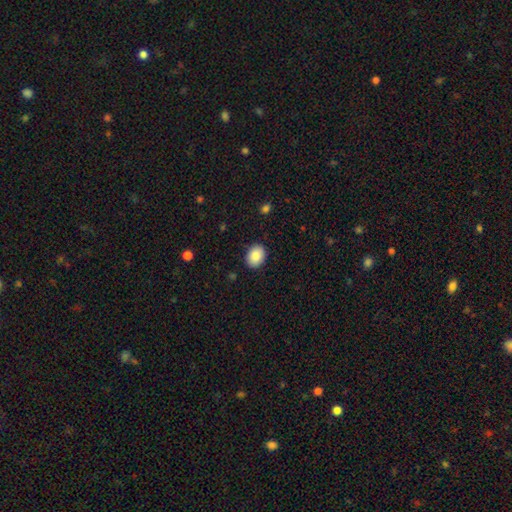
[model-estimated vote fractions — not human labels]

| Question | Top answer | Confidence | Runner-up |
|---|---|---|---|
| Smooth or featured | smooth | 88% | star or artifact (7%) |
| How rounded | in between | 63% | round (36%) |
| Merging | none | 88% | minor disturbance (9%) |